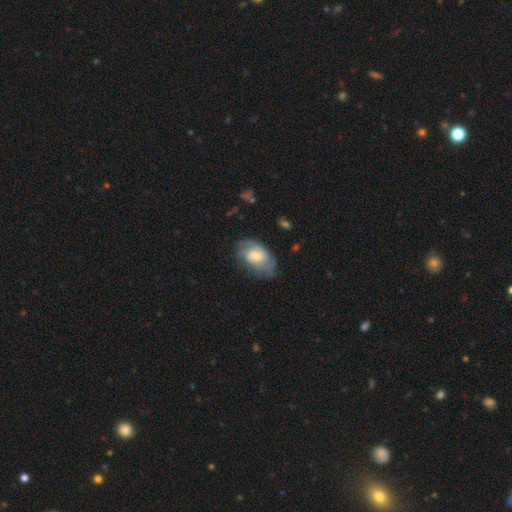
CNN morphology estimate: smooth_or_featured: featured or disk (p=0.66) [alt: smooth p=0.28]
disk_edge_on: no (p=0.96) [alt: yes p=0.04]
bar: no (p=0.50) [alt: weak p=0.44]
has_spiral_arms: yes (p=0.88) [alt: no p=0.12]
spiral_winding: medium (p=0.43) [alt: tight p=0.39]
spiral_arm_count: 2 (p=0.45) [alt: can't tell p=0.29]
bulge_size: moderate (p=0.49) [alt: small p=0.32]
merging: none (p=0.60) [alt: minor disturbance p=0.25]